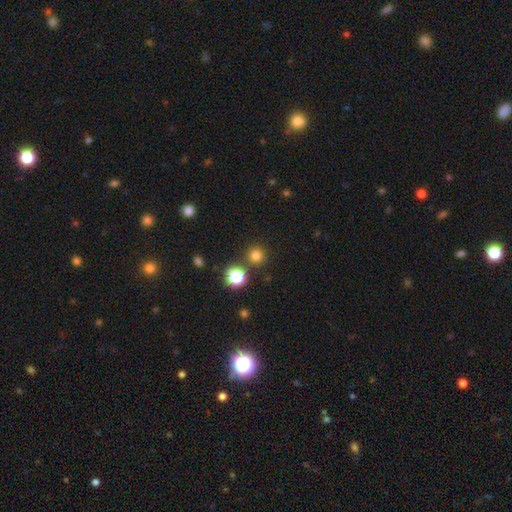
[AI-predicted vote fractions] smooth-or-featured: smooth: 76% | star or artifact: 19% | featured or disk: 5%
  how-rounded: round: 95% | in between: 4% | cigar-shaped: 1%
  merging: none: 86% | merger: 6% | minor disturbance: 6% | major disturbance: 3%